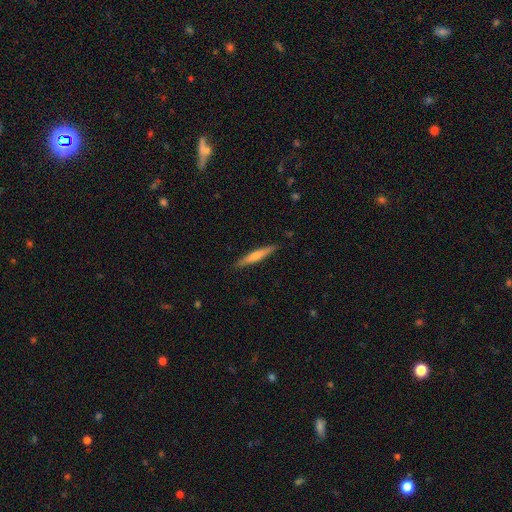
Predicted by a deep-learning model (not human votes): Smooth or featured? Predicted: smooth (p=0.57). How rounded? Predicted: cigar-shaped (p=0.93). Merging? Predicted: none (p=0.89).